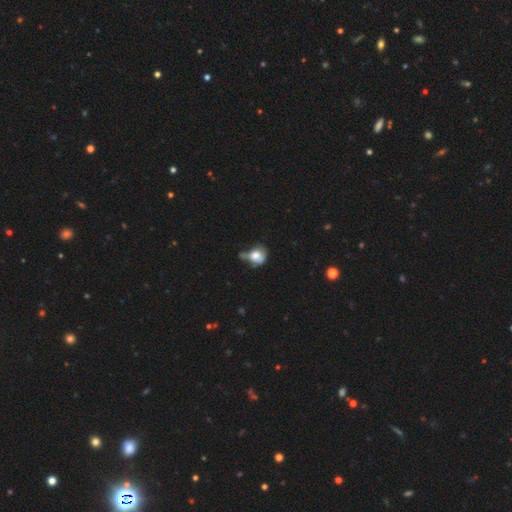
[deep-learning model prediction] This is likely a smooth galaxy (66%). How rounded: possibly round (56%). Merging: marginally minor disturbance (29%).